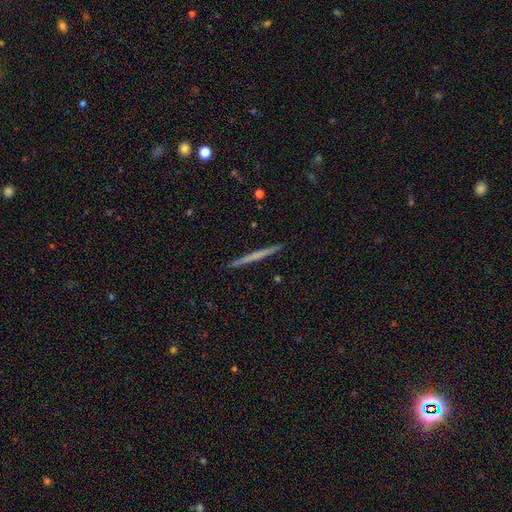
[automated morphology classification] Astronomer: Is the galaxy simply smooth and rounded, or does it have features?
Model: smooth — 49% (runner-up: featured or disk, 46%).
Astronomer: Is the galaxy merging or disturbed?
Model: none — 93%.